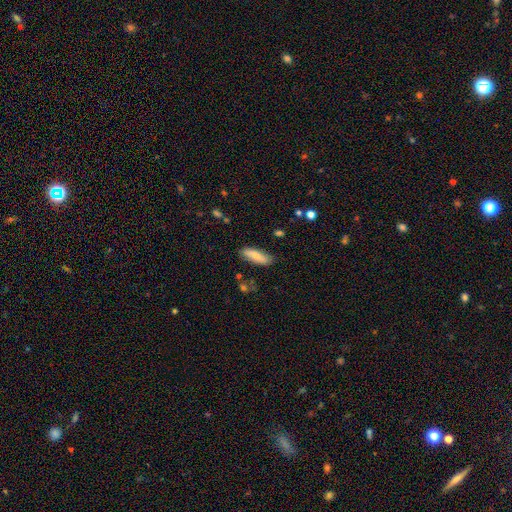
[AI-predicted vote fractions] This is likely a smooth galaxy (79%). How rounded: possibly in between (54%). Merging: likely none (79%).